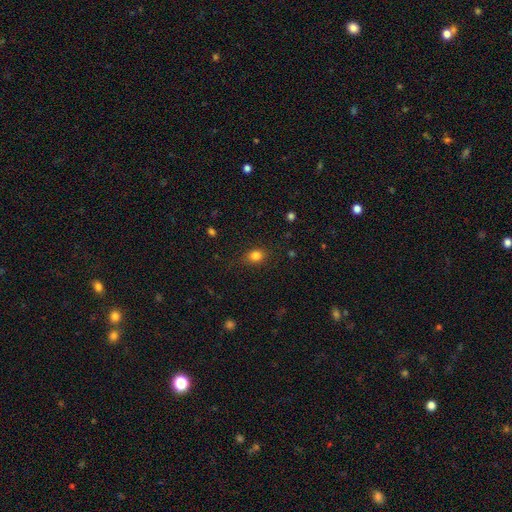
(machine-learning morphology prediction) The model was most divided on "how rounded": in between: 53%, round: 45%, cigar-shaped: 1%. More confident: smooth or featured — smooth (83%); merging — none (82%).